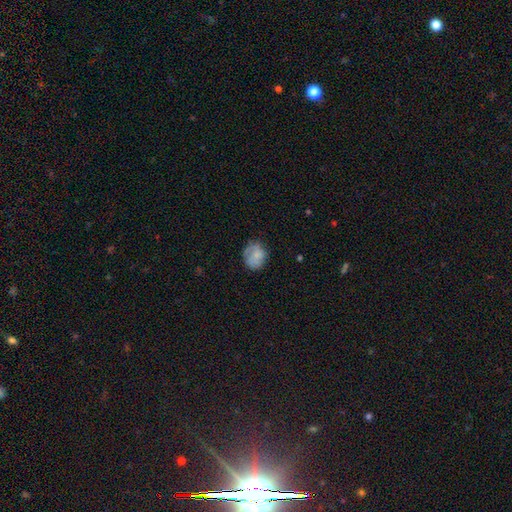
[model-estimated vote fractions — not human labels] Smooth or featured?
  - smooth: 67% *
  - featured or disk: 24%
  - star or artifact: 8%
How rounded?
  - round: 66% *
  - in between: 33%
  - cigar-shaped: 1%
Merging?
  - none: 62% *
  - minor disturbance: 26%
  - major disturbance: 11%
  - merger: 2%